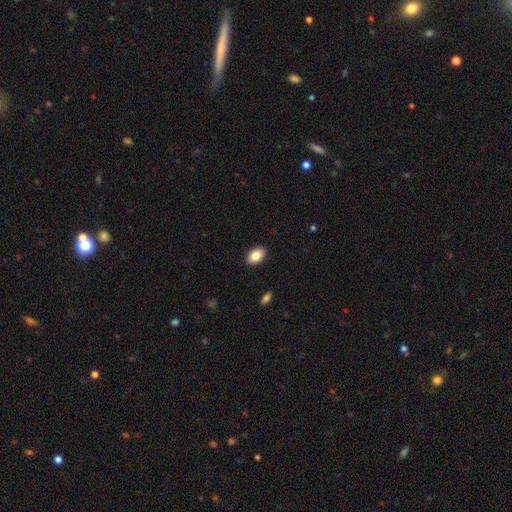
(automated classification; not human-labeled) A smooth galaxy with no disk features (86%) that is in between round and cigar-shaped (88%). Merging: none (90%).